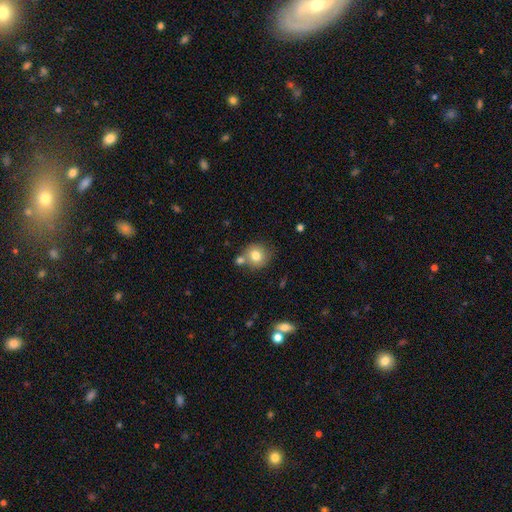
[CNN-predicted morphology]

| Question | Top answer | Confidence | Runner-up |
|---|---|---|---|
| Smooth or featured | smooth | 78% | featured or disk (12%) |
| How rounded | round | 87% | in between (12%) |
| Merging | none | 65% | merger (20%) |